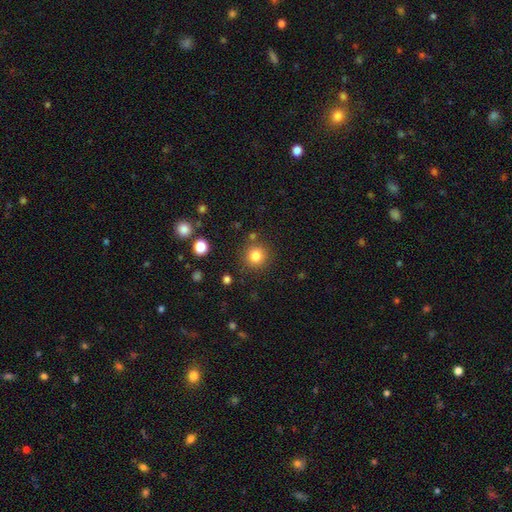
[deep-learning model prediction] Overall: smooth (83%). How rounded: round (93%). Merging: none (85%).